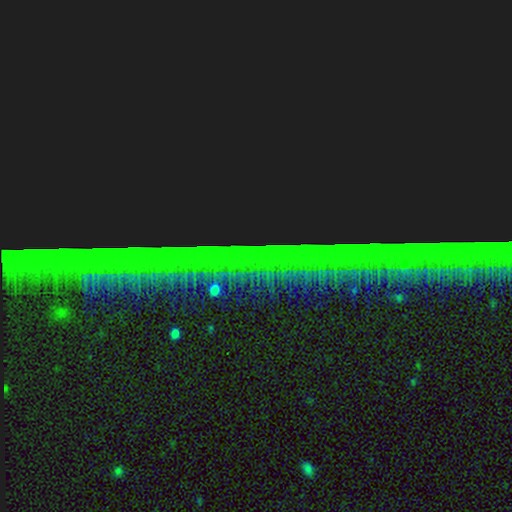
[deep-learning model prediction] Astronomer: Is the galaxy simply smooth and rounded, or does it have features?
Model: star or artifact — 89%.